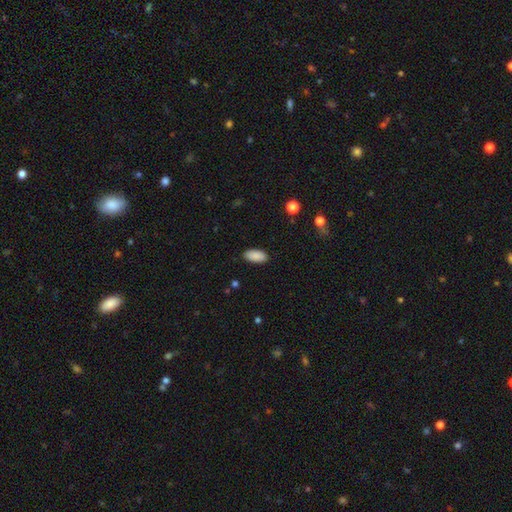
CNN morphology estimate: Smooth or featured?
  - smooth: 89% *
  - star or artifact: 7%
  - featured or disk: 4%
How rounded?
  - in between: 93% *
  - cigar-shaped: 5%
  - round: 2%
Merging?
  - none: 89% *
  - minor disturbance: 8%
  - major disturbance: 2%
  - merger: 1%